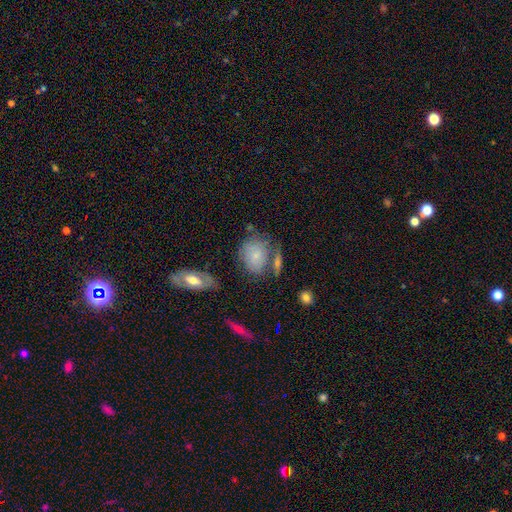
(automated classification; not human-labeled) smooth_or_featured: smooth (p=0.68) [alt: featured or disk p=0.23]
how_rounded: in between (p=0.56) [alt: round p=0.42]
merging: none (p=0.51) [alt: minor disturbance p=0.22]